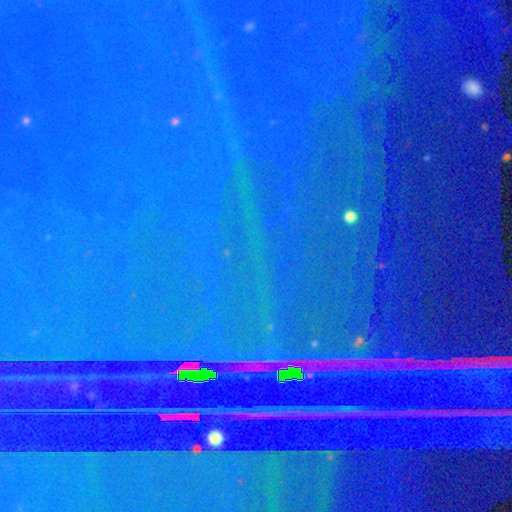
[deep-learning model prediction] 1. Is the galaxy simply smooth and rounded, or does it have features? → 87% star or artifact, 7% featured or disk, 6% smooth.